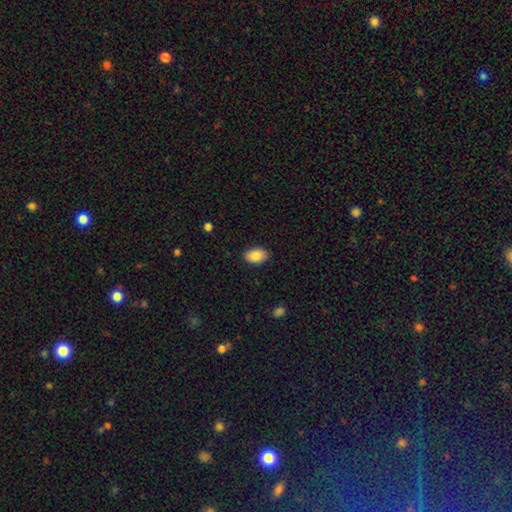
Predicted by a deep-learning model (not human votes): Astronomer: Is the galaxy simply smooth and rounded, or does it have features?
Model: smooth — 88%.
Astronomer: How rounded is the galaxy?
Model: in between — 88%.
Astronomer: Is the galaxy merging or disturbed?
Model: none — 87%.